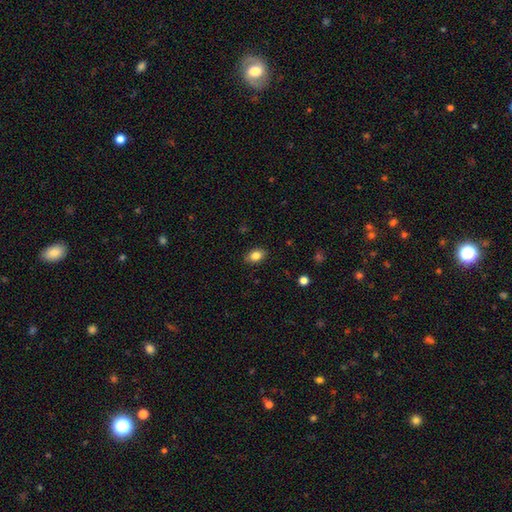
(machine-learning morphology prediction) A smooth galaxy with no disk features (84%) that is in between round and cigar-shaped (79%). Merging: none (86%).